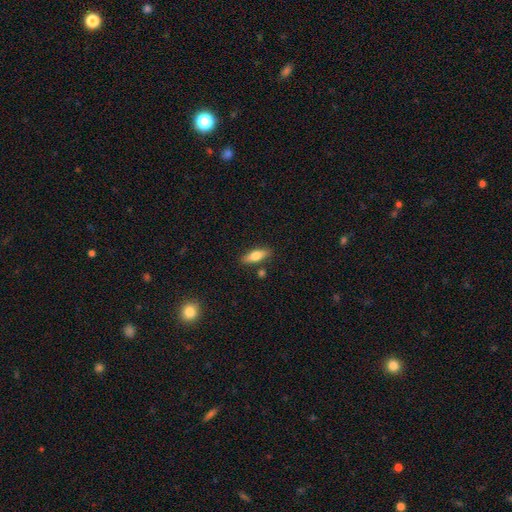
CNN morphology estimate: A smooth galaxy with no disk features (68%) that is in between round and cigar-shaped (58%). Merging: none (82%).